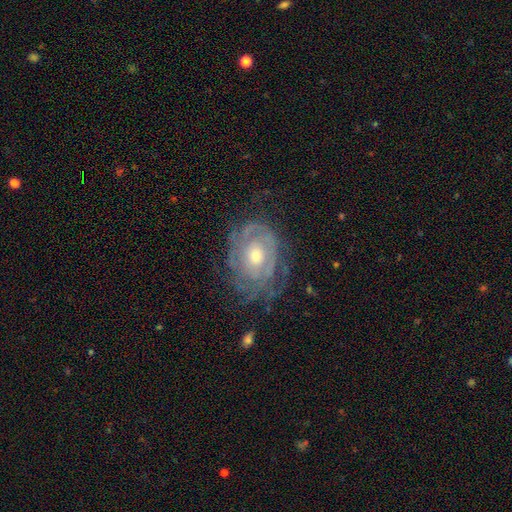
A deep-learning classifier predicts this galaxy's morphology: Overall: featured or disk (82%). Edge-on disk: no (96%). Bar: no (77%). Spiral arms: yes (86%). Spiral arm count: can't tell (49%; 2 20%). Spiral winding: tight (75%). Bulge size: moderate (64%; small 29%). Merging: none (68%).